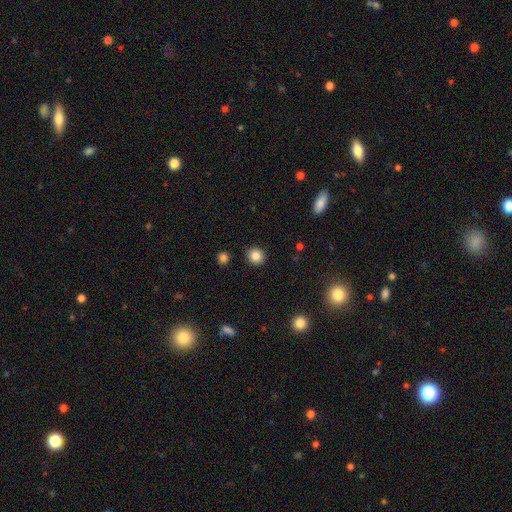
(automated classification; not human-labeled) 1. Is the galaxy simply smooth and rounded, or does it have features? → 85% smooth, 11% star or artifact, 4% featured or disk.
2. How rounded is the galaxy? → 91% round, 8% in between, 1% cigar-shaped.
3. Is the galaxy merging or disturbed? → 90% none, 6% minor disturbance, 2% major disturbance, 2% merger.